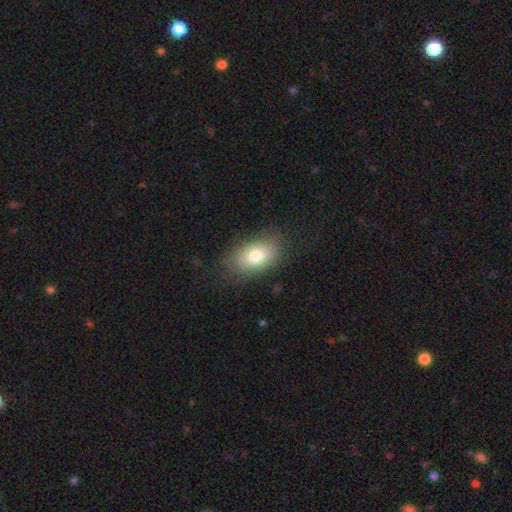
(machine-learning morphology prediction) smooth 77%, featured or disk 15%, star or artifact 9%. Down the decision tree: how rounded — in between (88%); merging — none (81%).